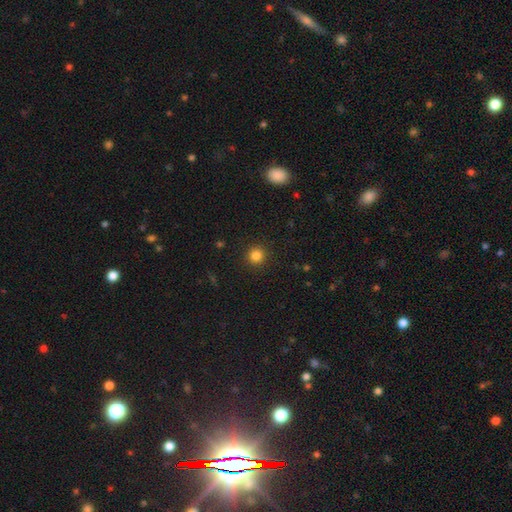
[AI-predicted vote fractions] smooth 83%, star or artifact 12%, featured or disk 4%. Down the decision tree: how rounded — round (93%); merging — none (91%).